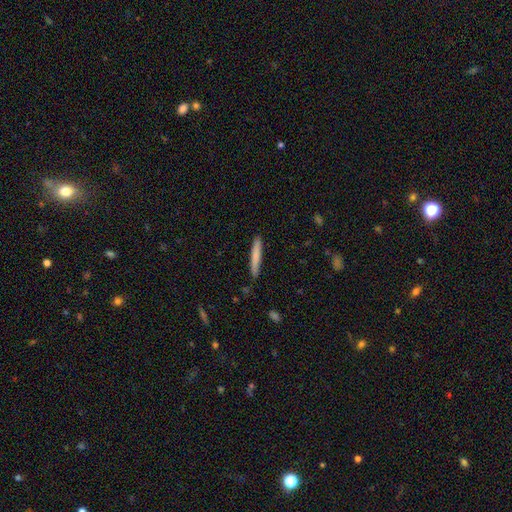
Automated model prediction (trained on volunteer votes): Q: Smooth or featured?
A: smooth (74%); runner-up: featured or disk (20%)
Q: How rounded?
A: cigar-shaped (95%); runner-up: in between (4%)
Q: Merging?
A: none (86%); runner-up: minor disturbance (11%)